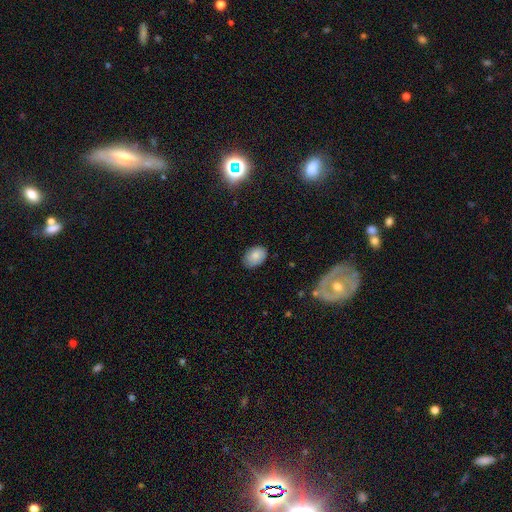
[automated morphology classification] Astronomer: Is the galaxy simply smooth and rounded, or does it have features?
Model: smooth — 82%.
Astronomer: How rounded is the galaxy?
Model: in between — 79%.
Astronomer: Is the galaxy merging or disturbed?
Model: none — 80%.